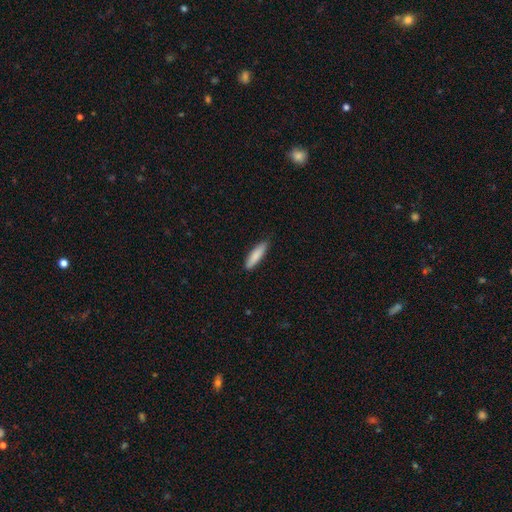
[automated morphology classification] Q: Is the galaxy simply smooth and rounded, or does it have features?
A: smooth — 85%.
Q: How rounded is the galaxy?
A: cigar-shaped — 72%.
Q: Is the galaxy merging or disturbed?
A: none — 86%.